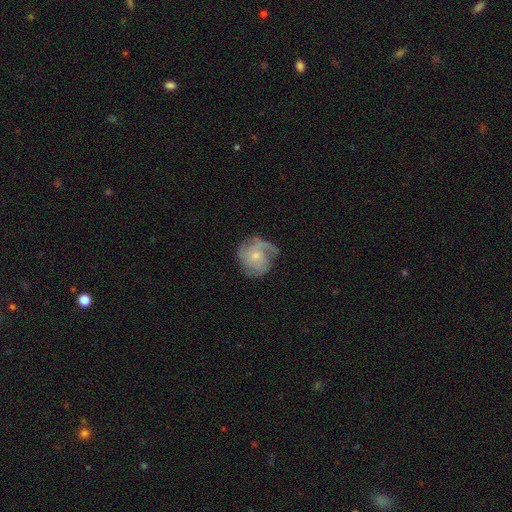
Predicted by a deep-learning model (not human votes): Smooth or featured? featured or disk (72%)
Edge-on disk? no (98%)
Bar? no (74%)
Spiral arms? yes (91%)
Spiral winding? tight (42%)
Spiral arm count? 3 (27%, tied with can't tell)
Bulge size? small (64%)
Merging? none (59%)